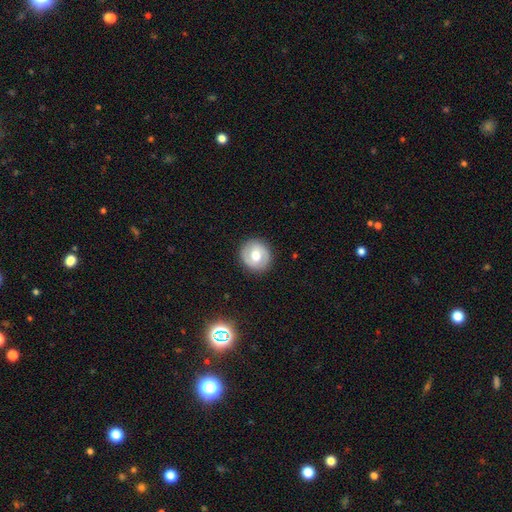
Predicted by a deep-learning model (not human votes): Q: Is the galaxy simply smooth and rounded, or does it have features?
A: smooth — 48%.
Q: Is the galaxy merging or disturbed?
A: none — 88%.